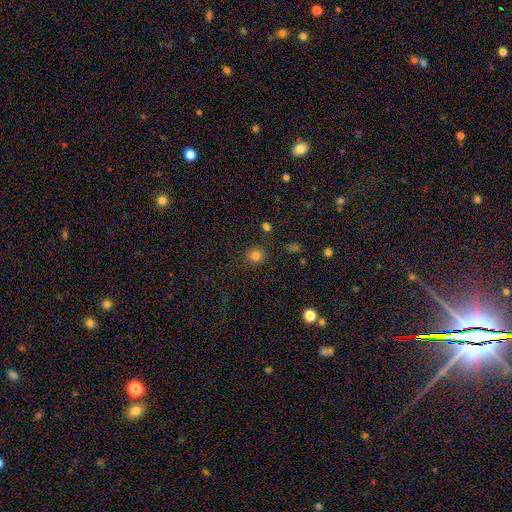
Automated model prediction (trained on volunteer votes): Smooth or featured: smooth — 80% (star or artifact — 14%)
How rounded: round — 88% (in between — 11%)
Merging: none — 86% (minor disturbance — 9%)